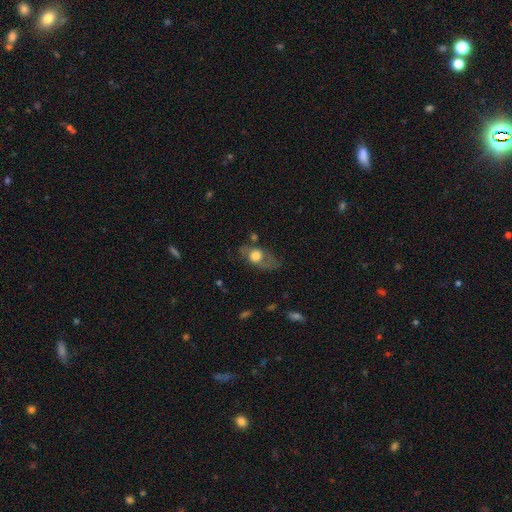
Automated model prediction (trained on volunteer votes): Smooth or featured? smooth (53%)
How rounded? in between (69%)
Merging? none (50%)